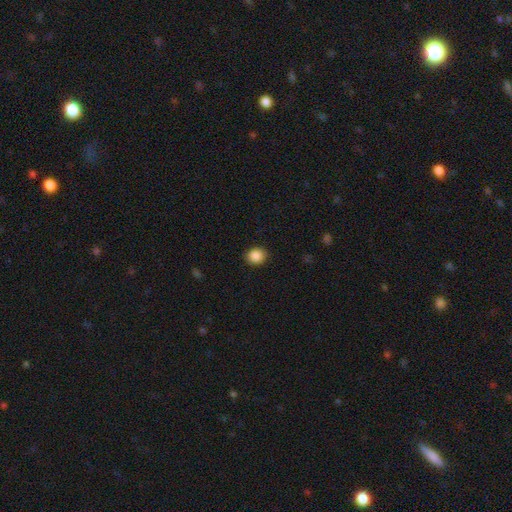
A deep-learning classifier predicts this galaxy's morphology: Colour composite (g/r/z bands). It shows a smooth galaxy with no disk features (88%) that is round (73%). Merging: none (90%).